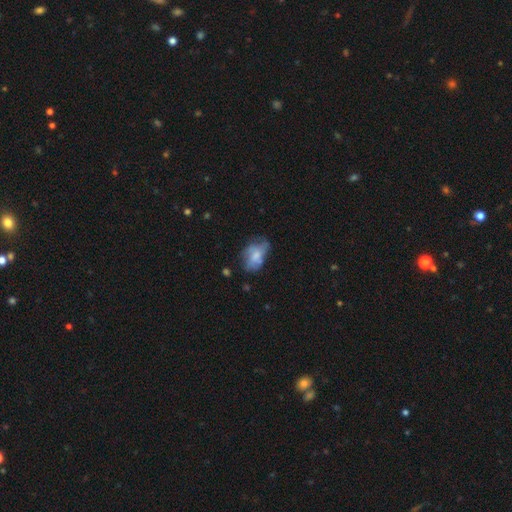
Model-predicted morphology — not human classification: type=smooth (55%); roundness=in between (84%); merging=none (43%).